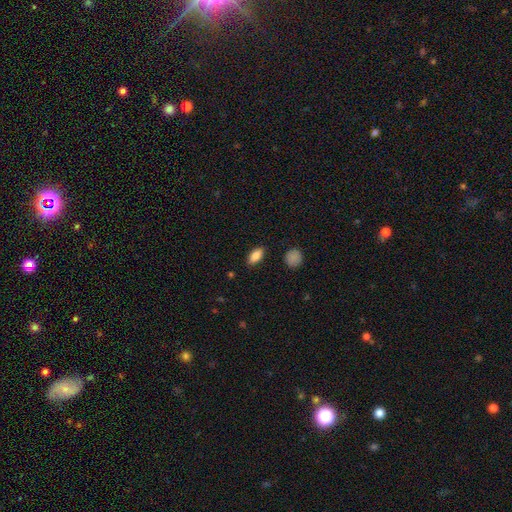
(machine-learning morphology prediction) smooth 84%, featured or disk 8%, star or artifact 7%. Down the decision tree: how rounded — in between (87%); merging — none (88%).